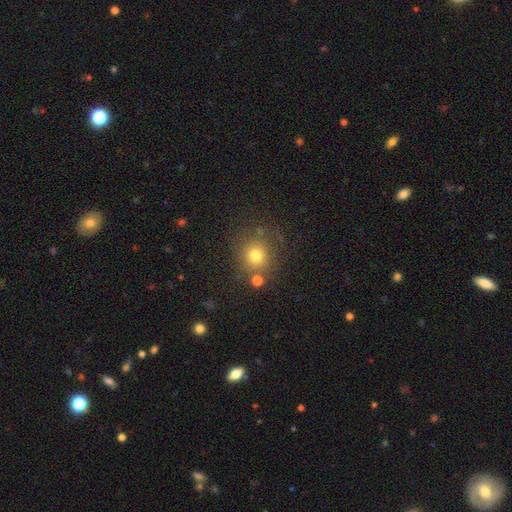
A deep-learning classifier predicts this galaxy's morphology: This appears to be a smooth galaxy with no disk features (75%) that is round (89%). Merging: none (76%).